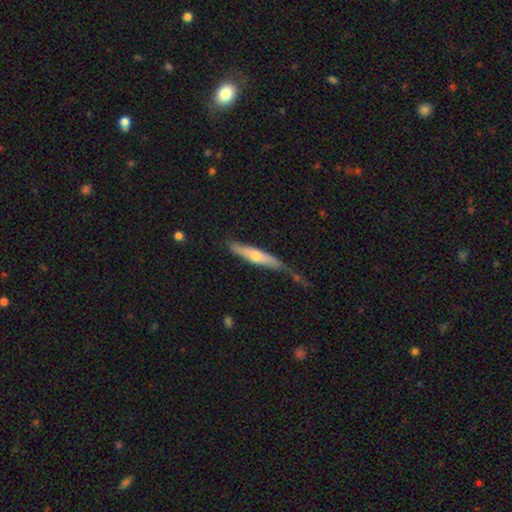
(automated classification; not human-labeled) Smooth or featured: smooth — 49% (featured or disk — 46%)
Merging: none — 54% (minor disturbance — 29%)